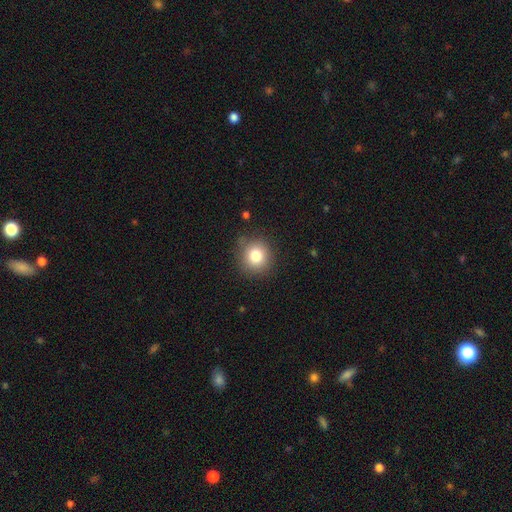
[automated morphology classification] This is clearly a smooth galaxy (80%). How rounded: clearly round (90%). Merging: clearly none (84%).